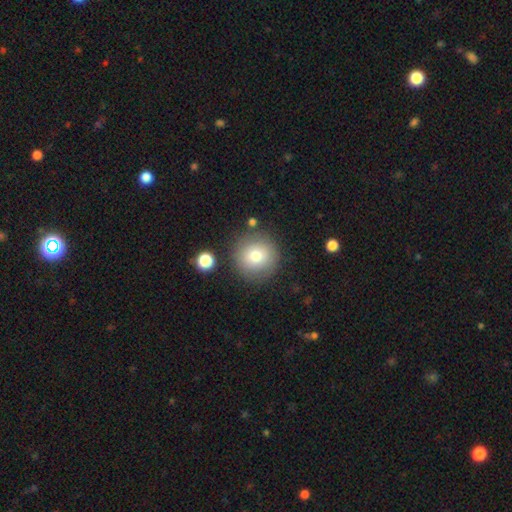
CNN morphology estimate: This is likely a smooth galaxy (77%). How rounded: clearly round (95%). Merging: clearly none (83%).